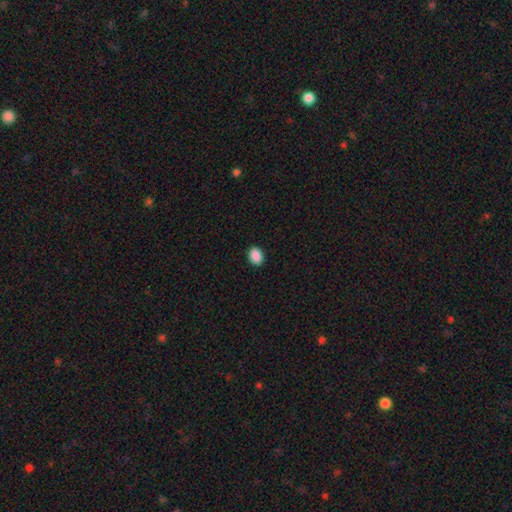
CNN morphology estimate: smooth-or-featured: smooth: 90% | star or artifact: 8% | featured or disk: 2%
  how-rounded: in between: 70% | round: 29% | cigar-shaped: 1%
  merging: none: 90% | minor disturbance: 7% | major disturbance: 2% | merger: 1%